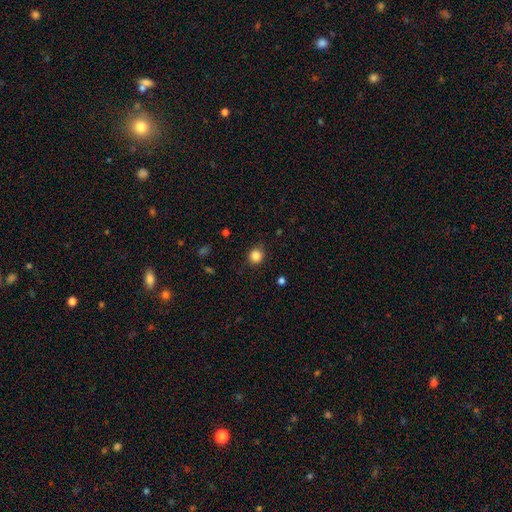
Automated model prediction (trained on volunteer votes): The model was most divided on "smooth or featured": smooth: 85%, star or artifact: 11%, featured or disk: 4%. More confident: how rounded — round (88%); merging — none (86%).